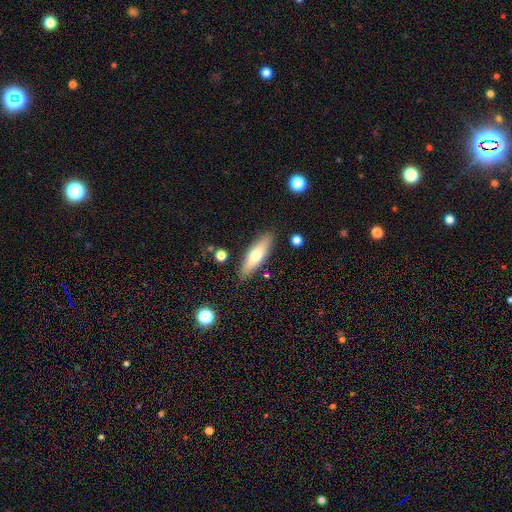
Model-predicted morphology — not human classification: smooth_or_featured: smooth (p=0.59) [alt: featured or disk p=0.35]
how_rounded: cigar-shaped (p=0.59) [alt: in between p=0.39]
merging: none (p=0.86) [alt: minor disturbance p=0.10]